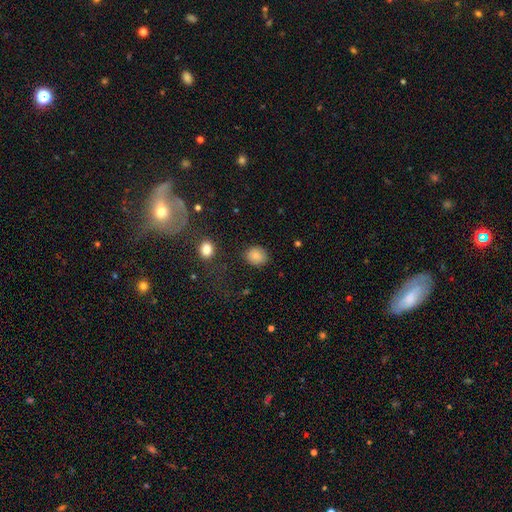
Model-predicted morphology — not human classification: A smooth galaxy with no disk features (84%) that is round (71%).

Vote fractions:
- Smooth or featured? smooth: 84% / star or artifact: 10% / featured or disk: 6%
- How rounded? round: 71% / in between: 28% / cigar-shaped: 1%
- Merging? none: 84% / minor disturbance: 10% / major disturbance: 4% / merger: 2%